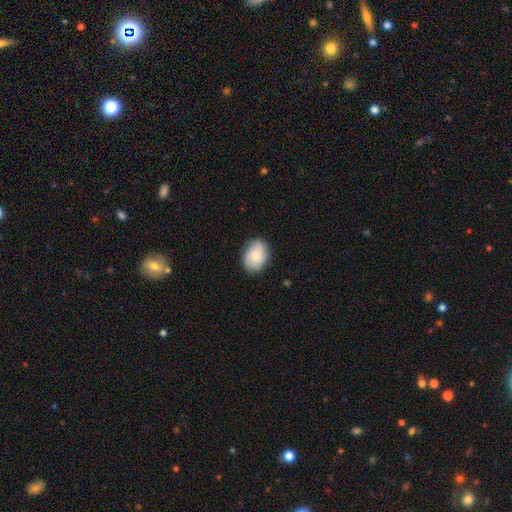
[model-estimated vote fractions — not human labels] Overall: smooth (66%; featured or disk 27%). How rounded: in between (76%). Merging: none (81%).